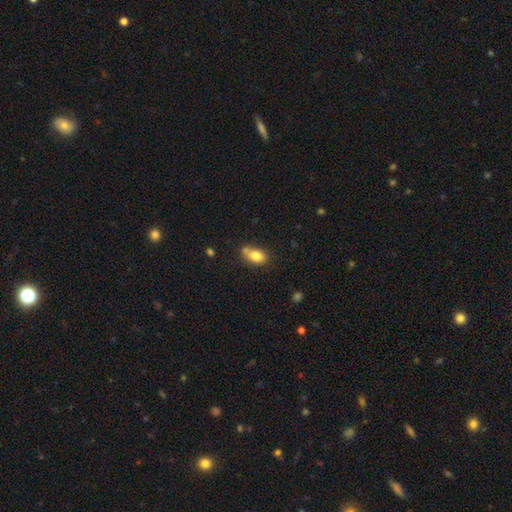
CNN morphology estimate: Smooth or featured? Predicted: smooth (p=0.81). How rounded? Predicted: in between (p=0.86). Merging? Predicted: none (p=0.55).